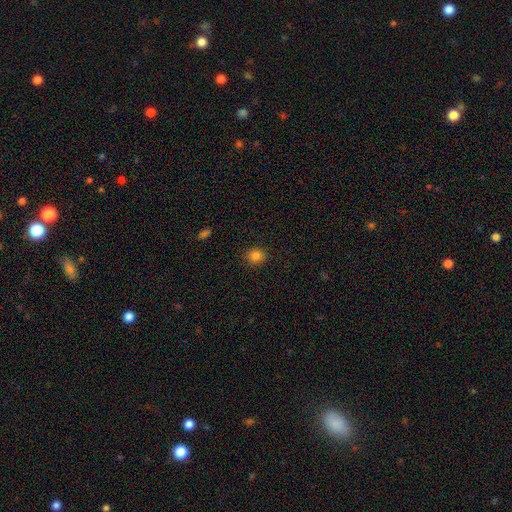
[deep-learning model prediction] Smooth or featured? smooth (82%)
How rounded? round (82%)
Merging? none (90%)